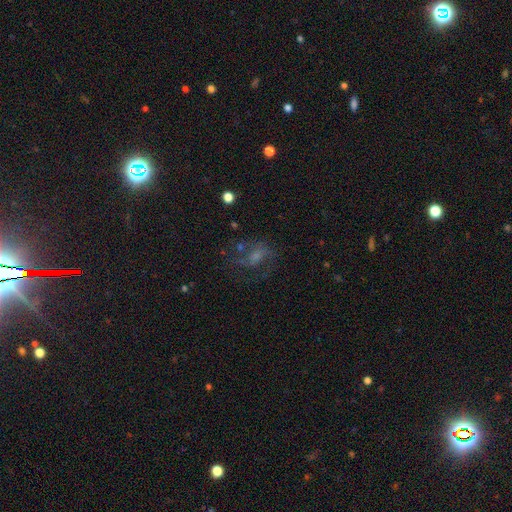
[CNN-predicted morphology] The model was most divided on "bulge size": small: 40%, moderate: 30%, none: 22%, large: 6%, dominant: 2%. More confident: edge-on disk — no (96%); spiral arms — yes (74%); smooth or featured — featured or disk (54%); merging — none (53%); bar — no (52%).